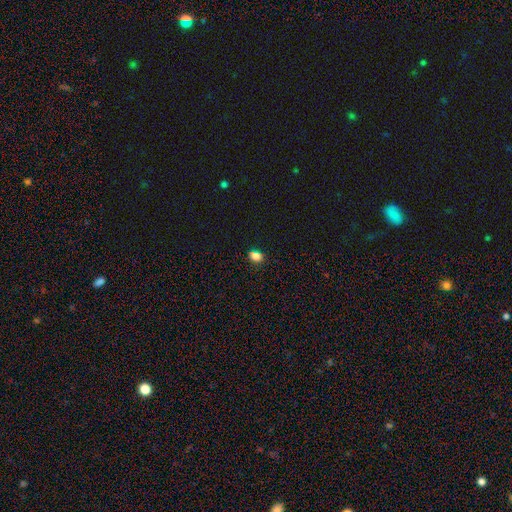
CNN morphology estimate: Overall: smooth (77%). How rounded: in between (60%; round 38%). Merging: none (83%).